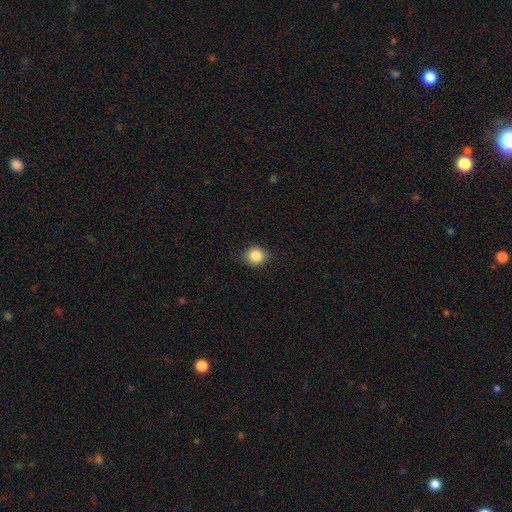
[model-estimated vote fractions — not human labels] Overall: smooth (85%). How rounded: round (79%). Merging: none (85%).